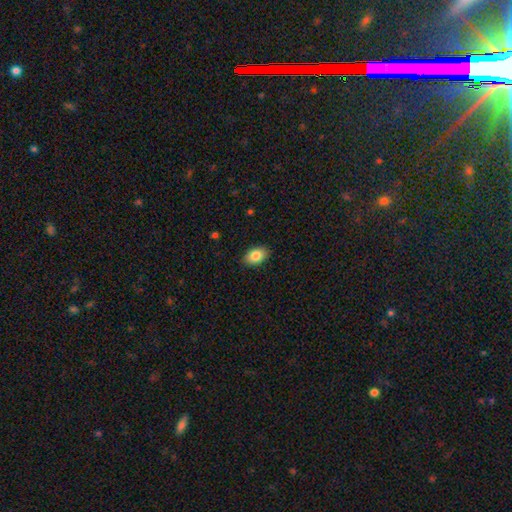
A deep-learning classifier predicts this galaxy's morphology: smooth 85%, featured or disk 7%, star or artifact 7%. Down the decision tree: how rounded — in between (88%); merging — none (88%).